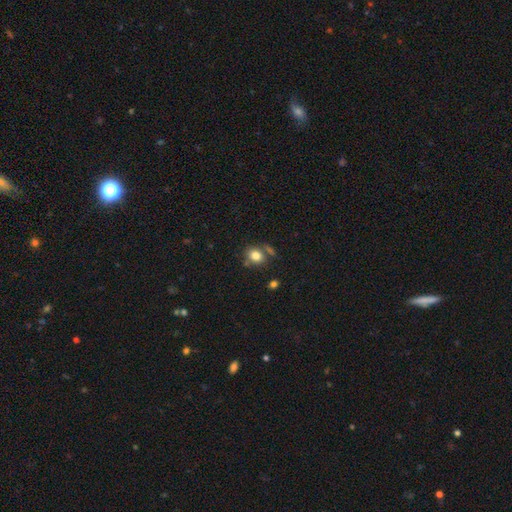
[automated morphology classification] smooth_or_featured: smooth (p=0.80) [alt: star or artifact p=0.11]
how_rounded: round (p=0.56) [alt: in between p=0.43]
merging: none (p=0.66) [alt: minor disturbance p=0.15]